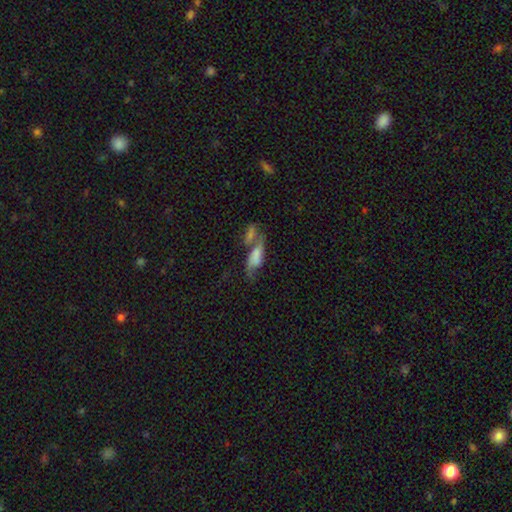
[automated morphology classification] smooth-or-featured: smooth: 53% | featured or disk: 37% | star or artifact: 10%
  how-rounded: in between: 73% | cigar-shaped: 23% | round: 5%
  merging: merger: 60% | none: 17% | major disturbance: 13% | minor disturbance: 10%